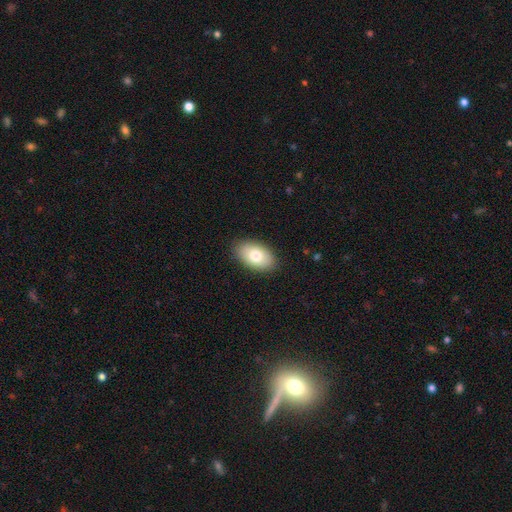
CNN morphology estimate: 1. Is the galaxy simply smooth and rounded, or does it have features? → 77% smooth, 16% featured or disk, 7% star or artifact.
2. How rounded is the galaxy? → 93% in between, 6% round, 1% cigar-shaped.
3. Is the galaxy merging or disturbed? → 88% none, 9% minor disturbance, 2% major disturbance, 1% merger.